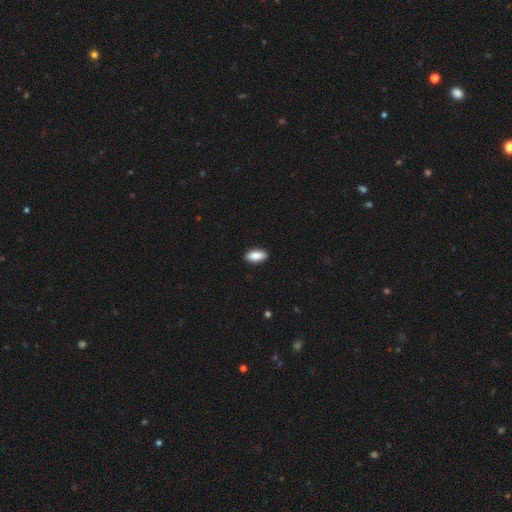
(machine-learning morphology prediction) smooth_or_featured: smooth (p=0.88) [alt: star or artifact p=0.06]
how_rounded: in between (p=0.91) [alt: cigar-shaped p=0.07]
merging: none (p=0.90) [alt: minor disturbance p=0.07]